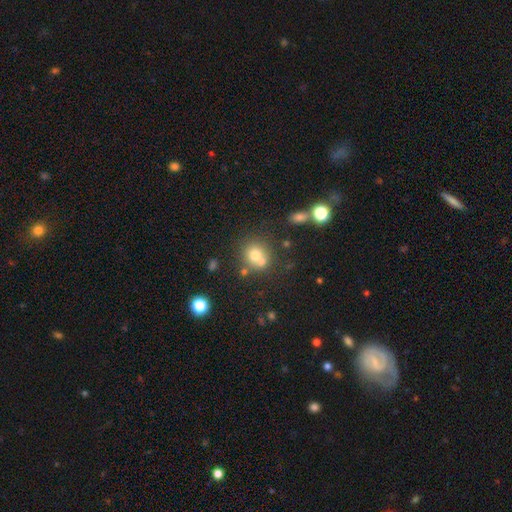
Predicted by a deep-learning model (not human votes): Smooth or featured? Predicted: smooth (p=0.70). How rounded? Predicted: round (p=0.84). Merging? Predicted: none (p=0.53).